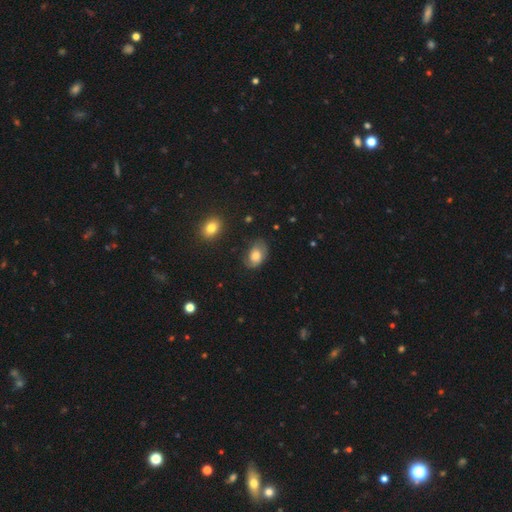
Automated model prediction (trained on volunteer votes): A smooth galaxy with no disk features (62%) that is in between round and cigar-shaped (84%). Merging: none (63%).